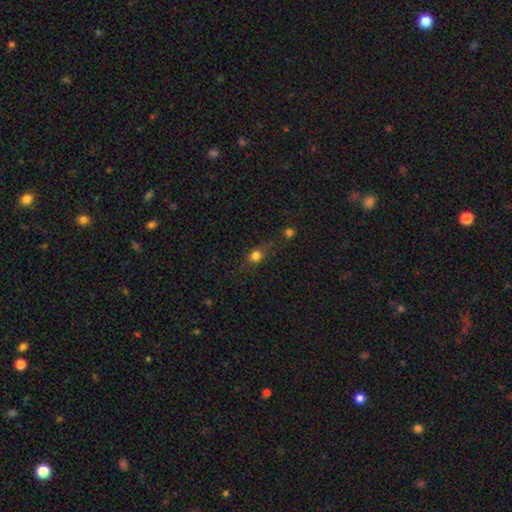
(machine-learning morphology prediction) Smooth or featured? Predicted: smooth (p=0.73). How rounded? Predicted: round (p=0.68). Merging? Predicted: none (p=0.60).